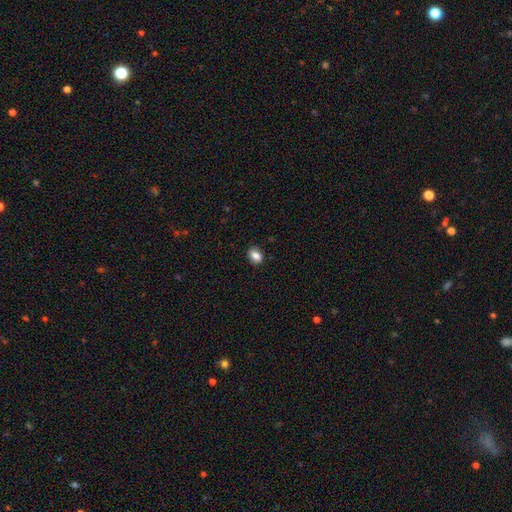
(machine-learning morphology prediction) This appears to be a smooth galaxy with no disk features (86%) that is in between round and cigar-shaped (75%). Merging: none (86%).